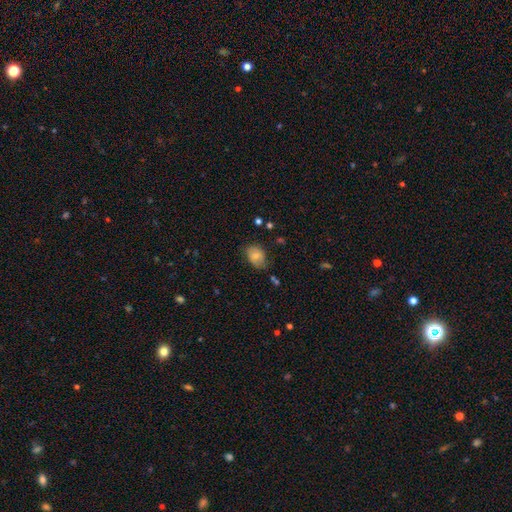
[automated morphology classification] The model was most divided on "merging": none: 64%, minor disturbance: 28%, major disturbance: 6%, merger: 2%. More confident: smooth or featured — smooth (75%); how rounded — in between (74%).